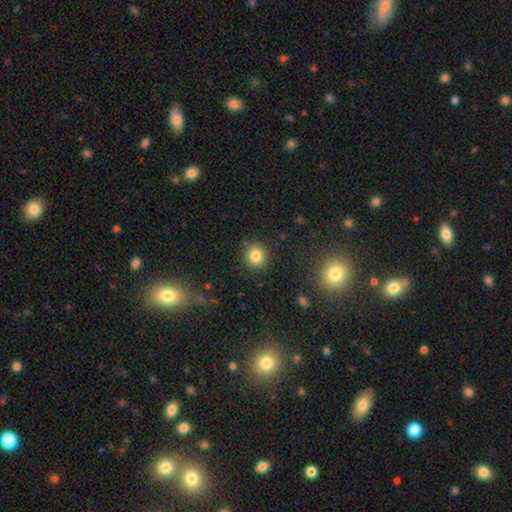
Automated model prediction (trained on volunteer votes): The model was most divided on "smooth or featured": smooth: 82%, star or artifact: 12%, featured or disk: 6%. More confident: merging — none (89%); how rounded — round (86%).